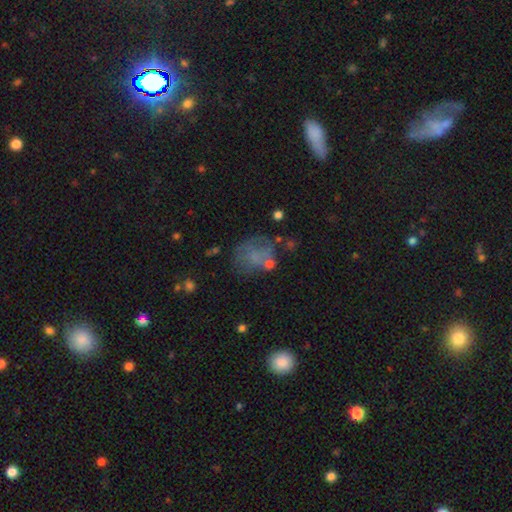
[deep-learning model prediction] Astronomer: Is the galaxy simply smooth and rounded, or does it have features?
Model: smooth — 52% (runner-up: featured or disk, 29%).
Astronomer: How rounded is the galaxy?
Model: round — 53% (runner-up: in between, 46%).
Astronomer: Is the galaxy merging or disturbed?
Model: none — 45% (runner-up: minor disturbance, 24%).